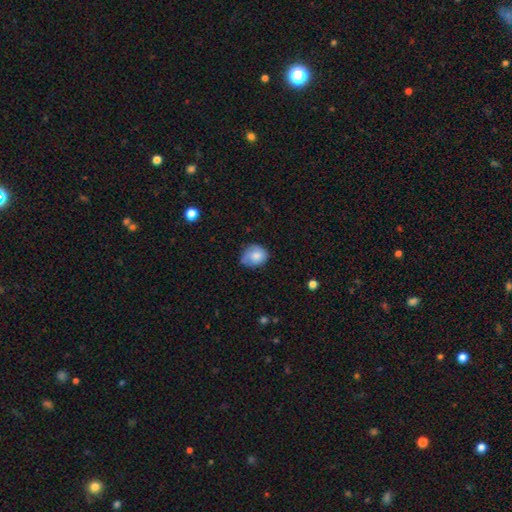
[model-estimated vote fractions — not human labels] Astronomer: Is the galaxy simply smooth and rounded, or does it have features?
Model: smooth — 74%.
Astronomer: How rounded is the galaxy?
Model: round — 67%.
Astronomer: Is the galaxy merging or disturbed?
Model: none — 59%.